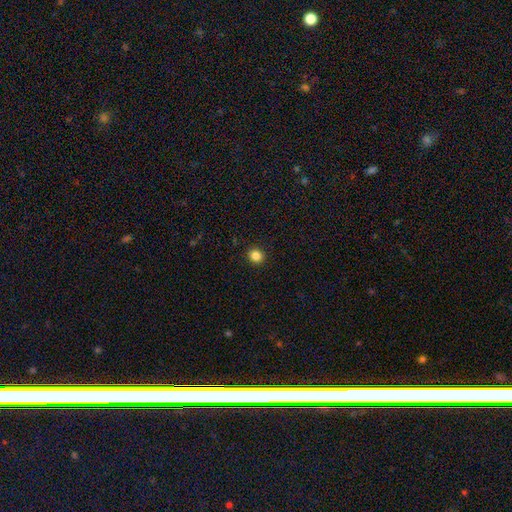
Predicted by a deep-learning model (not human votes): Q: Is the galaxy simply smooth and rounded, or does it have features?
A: smooth — 85%.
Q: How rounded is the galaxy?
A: round — 85%.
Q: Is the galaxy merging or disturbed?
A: none — 93%.